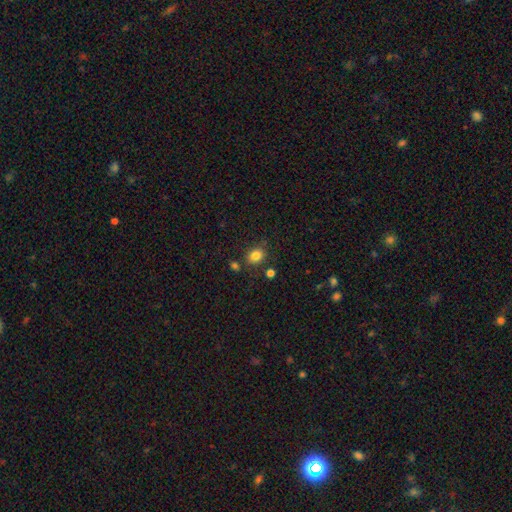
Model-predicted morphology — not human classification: The model was most divided on "how rounded": round: 51%, in between: 48%, cigar-shaped: 1%. More confident: smooth or featured — smooth (82%); merging — none (77%).